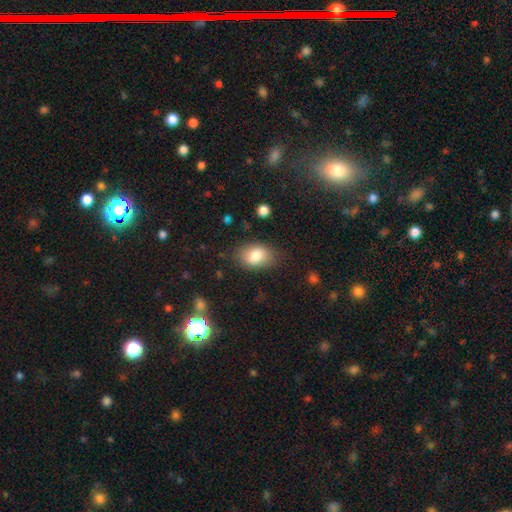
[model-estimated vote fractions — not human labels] Smooth or featured: smooth — 83% (featured or disk — 9%)
How rounded: in between — 84% (round — 15%)
Merging: none — 77% (minor disturbance — 17%)